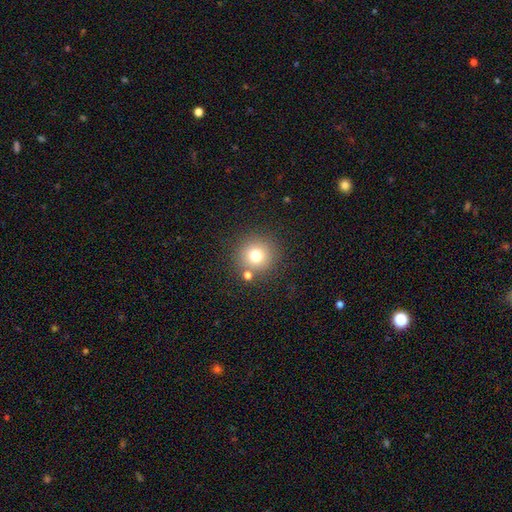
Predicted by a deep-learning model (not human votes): Smooth or featured? smooth (75%)
How rounded? round (94%)
Merging? none (81%)